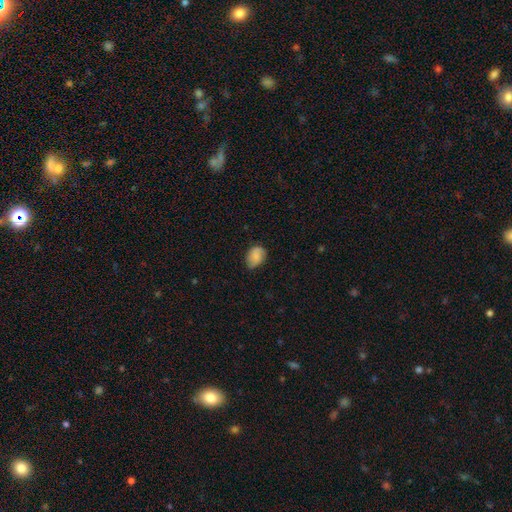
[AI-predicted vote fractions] smooth 72%, featured or disk 19%, star or artifact 9%. Down the decision tree: how rounded — in between (69%); merging — none (63%).